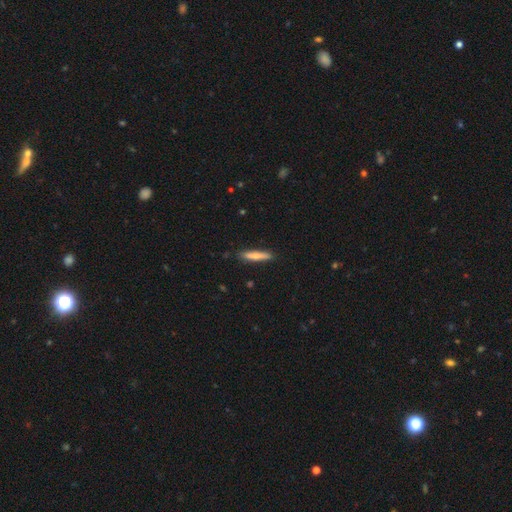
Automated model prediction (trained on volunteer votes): Q: Smooth or featured?
A: smooth (65%); runner-up: featured or disk (29%)
Q: How rounded?
A: cigar-shaped (89%); runner-up: in between (9%)
Q: Merging?
A: none (88%); runner-up: minor disturbance (9%)